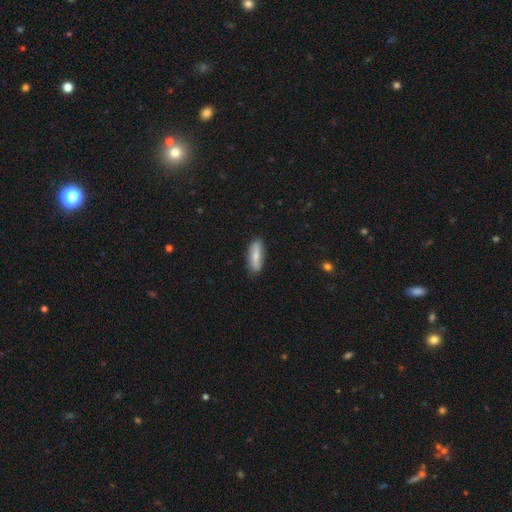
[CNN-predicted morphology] Overall: smooth (73%). How rounded: in between (51%; cigar-shaped 46%). Merging: none (84%).